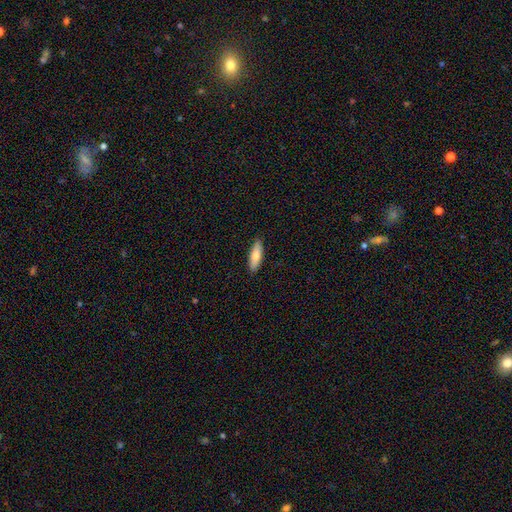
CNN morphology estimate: A smooth galaxy with no disk features (75%) that is in between round and cigar-shaped (49%, tied with cigar-shaped). Merging: none (90%).